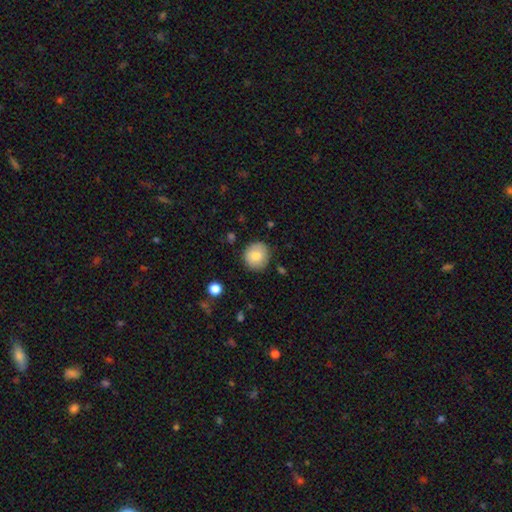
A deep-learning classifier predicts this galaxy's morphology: smooth 83%, featured or disk 10%, star or artifact 8%. Down the decision tree: how rounded — round (90%); merging — none (85%).